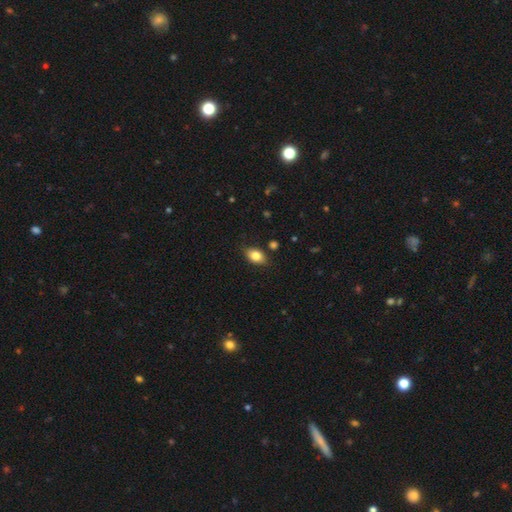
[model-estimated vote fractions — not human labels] smooth_or_featured: smooth (p=0.81) [alt: featured or disk p=0.10]
how_rounded: in between (p=0.86) [alt: round p=0.12]
merging: none (p=0.83) [alt: minor disturbance p=0.13]